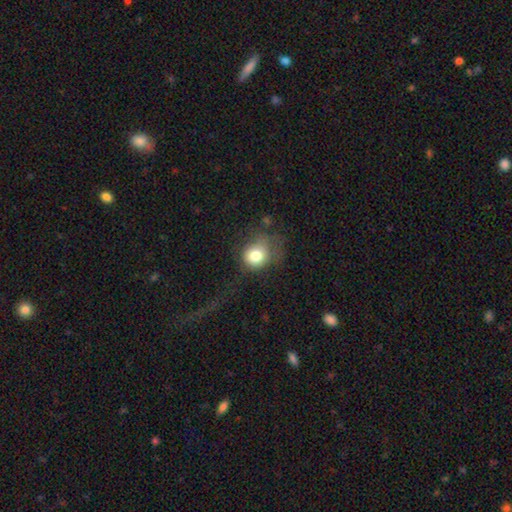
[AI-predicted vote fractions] smooth-or-featured: smooth: 77% | featured or disk: 12% | star or artifact: 11%
  how-rounded: round: 73% | in between: 26% | cigar-shaped: 1%
  merging: none: 44% | major disturbance: 28% | minor disturbance: 25% | merger: 3%